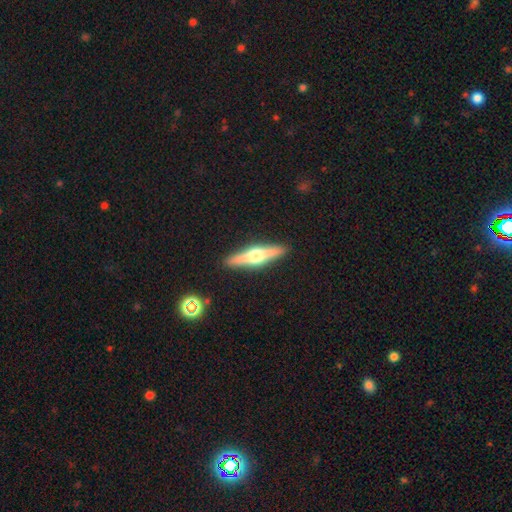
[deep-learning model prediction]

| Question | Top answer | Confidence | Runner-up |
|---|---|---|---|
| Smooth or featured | featured or disk | 67% | smooth (27%) |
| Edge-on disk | yes | 97% | no (3%) |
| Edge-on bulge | rounded | 95% | boxy (3%) |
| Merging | none | 91% | minor disturbance (6%) |